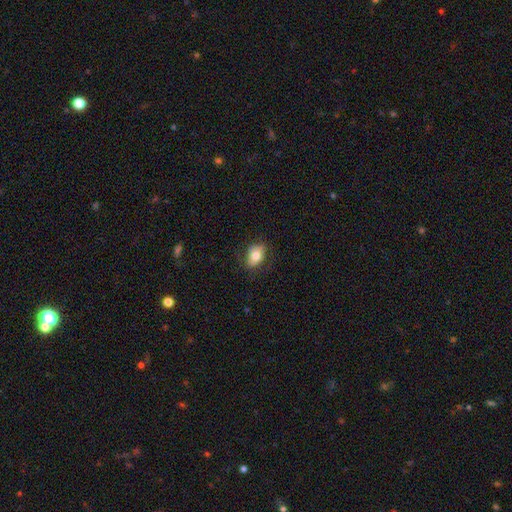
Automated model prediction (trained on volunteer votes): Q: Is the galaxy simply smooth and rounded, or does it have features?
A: smooth — 77%.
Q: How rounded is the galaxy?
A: in between — 79%.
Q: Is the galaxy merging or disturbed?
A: none — 77%.